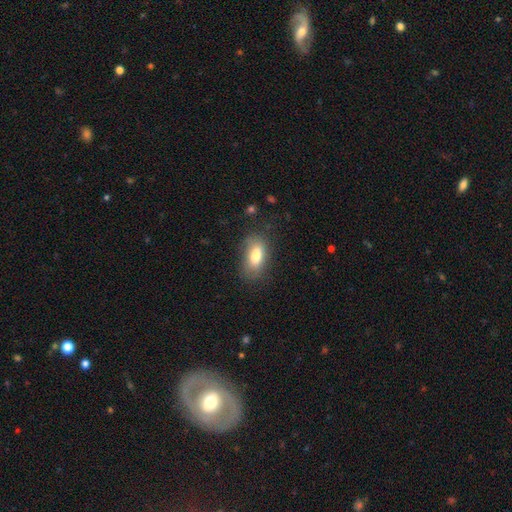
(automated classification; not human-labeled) A smooth galaxy with no disk features (78%) that is in between round and cigar-shaped (88%).

Vote fractions:
- Smooth or featured? smooth: 78% / featured or disk: 14% / star or artifact: 8%
- How rounded? in between: 88% / cigar-shaped: 7% / round: 5%
- Merging? none: 72% / minor disturbance: 19% / major disturbance: 7% / merger: 2%